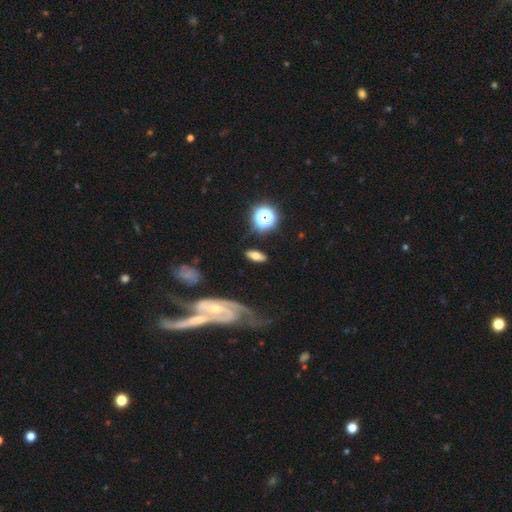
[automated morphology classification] Smooth or featured: smooth — 56% (featured or disk — 33%)
How rounded: in between — 74% (cigar-shaped — 18%)
Merging: none — 80% (minor disturbance — 12%)